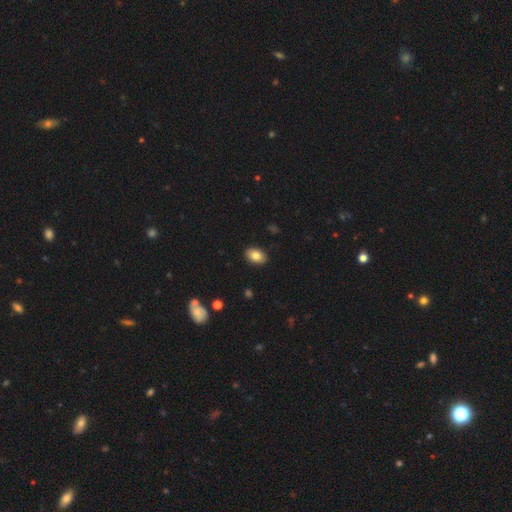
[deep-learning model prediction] Q: Smooth or featured?
A: smooth (83%); runner-up: featured or disk (9%)
Q: How rounded?
A: in between (90%); runner-up: round (9%)
Q: Merging?
A: none (90%); runner-up: minor disturbance (8%)